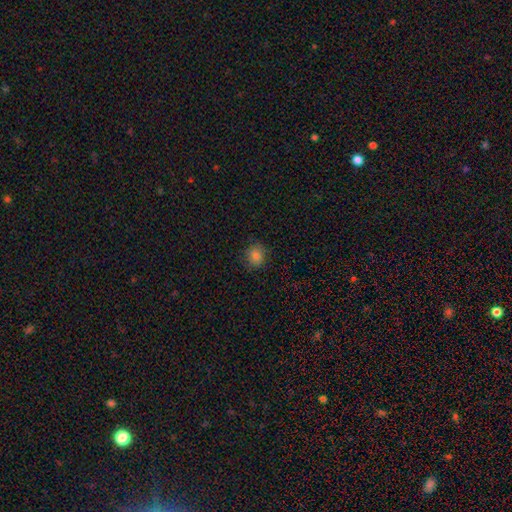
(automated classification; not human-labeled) smooth 83%, star or artifact 12%, featured or disk 5%. Down the decision tree: how rounded — round (79%); merging — none (85%).